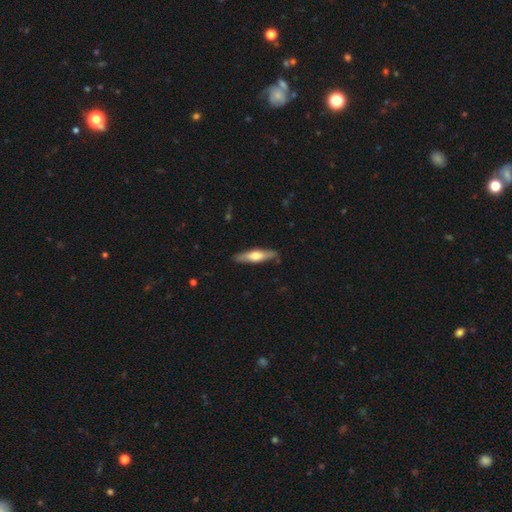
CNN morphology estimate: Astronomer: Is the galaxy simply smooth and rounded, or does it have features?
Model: smooth — 49% (runner-up: featured or disk, 45%).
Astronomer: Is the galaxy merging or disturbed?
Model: none — 87%.